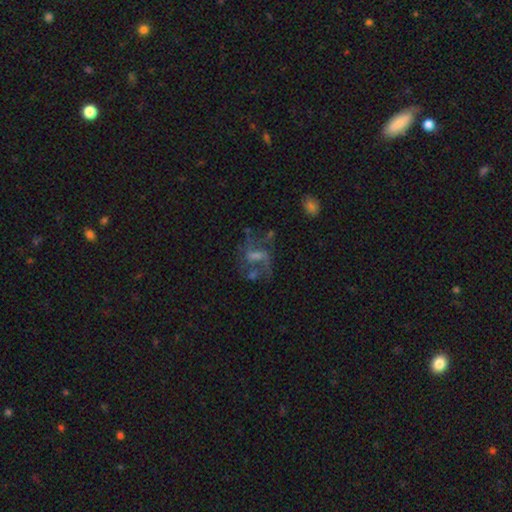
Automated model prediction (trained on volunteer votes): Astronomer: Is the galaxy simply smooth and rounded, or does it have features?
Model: featured or disk — 64%.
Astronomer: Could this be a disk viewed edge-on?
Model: no — 96%.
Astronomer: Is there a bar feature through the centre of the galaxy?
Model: weak — 47% (runner-up: no, 35%).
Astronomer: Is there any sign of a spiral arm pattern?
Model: yes — 70%.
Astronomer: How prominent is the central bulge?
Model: small — 33% (runner-up: moderate, 31%).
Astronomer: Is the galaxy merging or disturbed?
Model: none — 47% (runner-up: major disturbance, 27%).